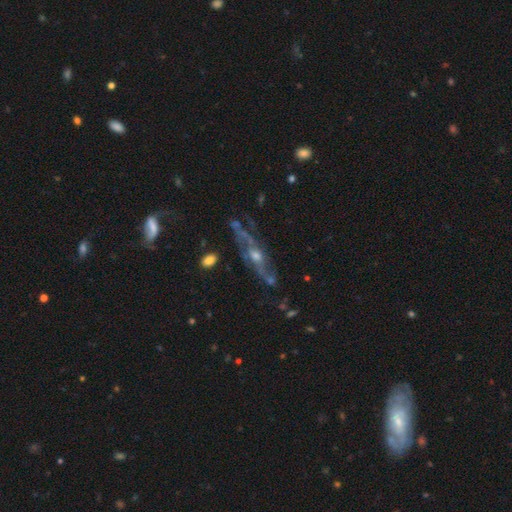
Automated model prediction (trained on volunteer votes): A featured or disk galaxy (76%). Merging: none (55%).